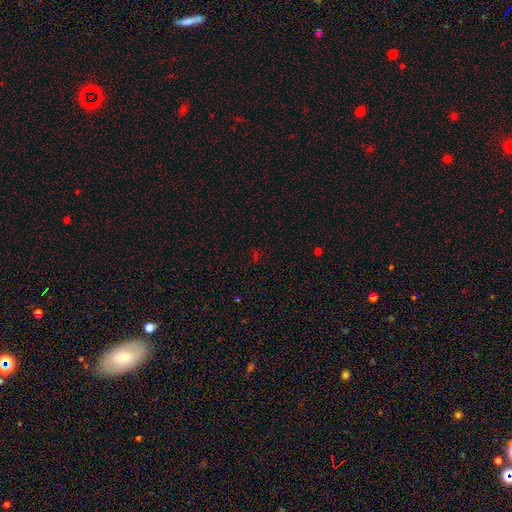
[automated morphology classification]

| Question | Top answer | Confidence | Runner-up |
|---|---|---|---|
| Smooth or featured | star or artifact | 64% | smooth (28%) |